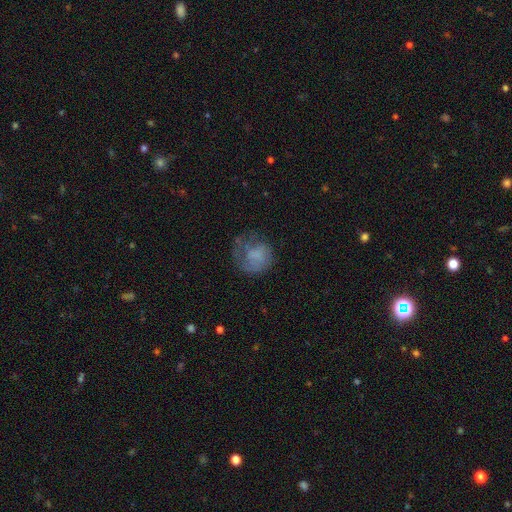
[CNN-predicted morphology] Smooth or featured? Predicted: smooth (p=0.50). Merging? Predicted: none (p=0.42).